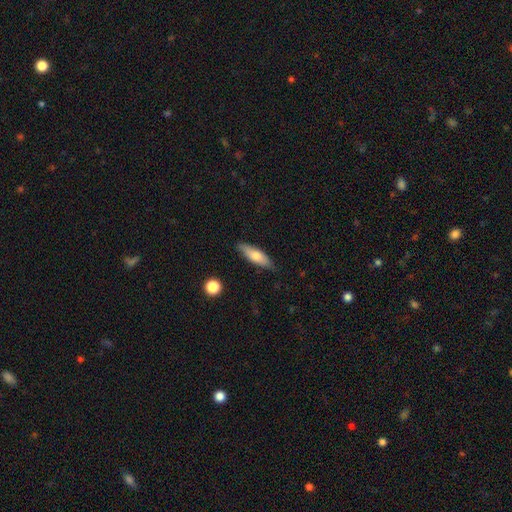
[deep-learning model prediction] smooth 63%, featured or disk 30%, star or artifact 6%. Down the decision tree: how rounded — in between (49%, tied with cigar-shaped); merging — none (82%).